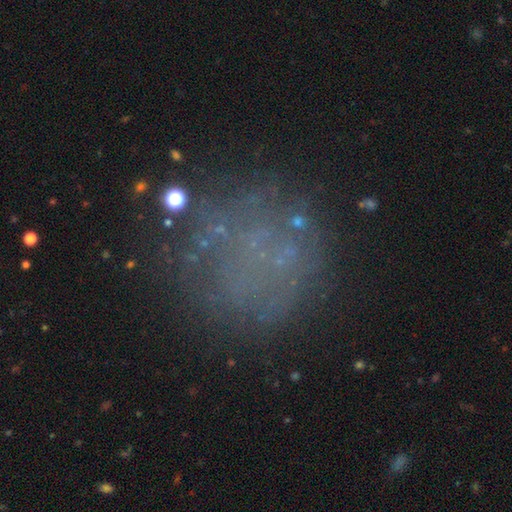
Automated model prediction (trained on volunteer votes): Smooth or featured: smooth — 37% (star or artifact — 31%)
Merging: none — 70% (minor disturbance — 14%)